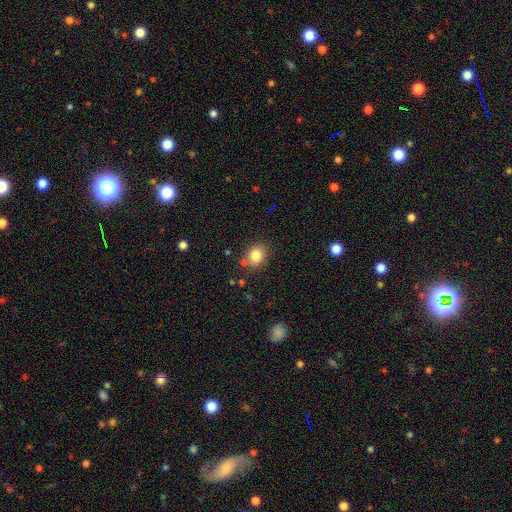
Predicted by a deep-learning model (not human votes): smooth_or_featured: smooth (p=0.82) [alt: star or artifact p=0.11]
how_rounded: round (p=0.57) [alt: in between p=0.42]
merging: none (p=0.78) [alt: minor disturbance p=0.13]